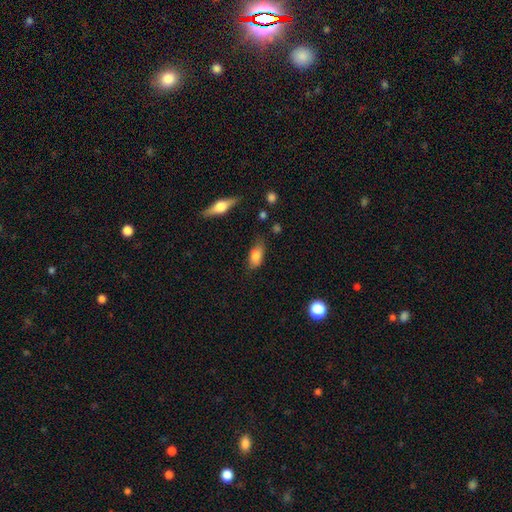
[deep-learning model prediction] smooth-or-featured: smooth: 77% | featured or disk: 15% | star or artifact: 7%
  how-rounded: in between: 84% | cigar-shaped: 11% | round: 5%
  merging: none: 65% | minor disturbance: 26% | major disturbance: 6% | merger: 2%